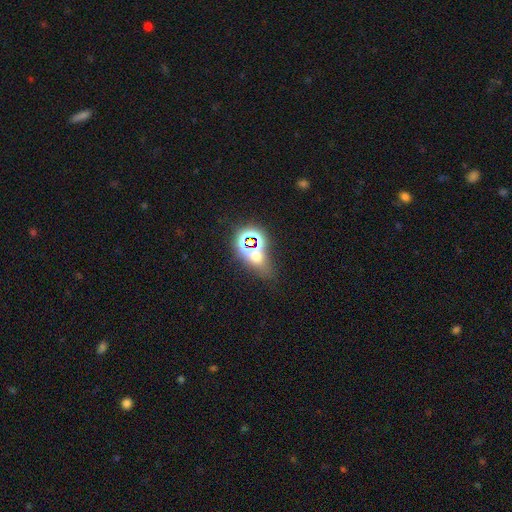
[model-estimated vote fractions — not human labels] A star or artifact, not a galaxy (47%).